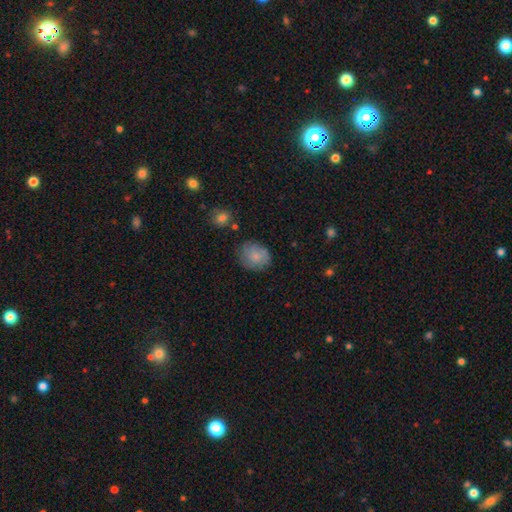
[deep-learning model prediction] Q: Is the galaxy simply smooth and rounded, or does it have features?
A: smooth — 76%.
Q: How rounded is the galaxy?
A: round — 57%.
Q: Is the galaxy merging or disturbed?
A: none — 71%.